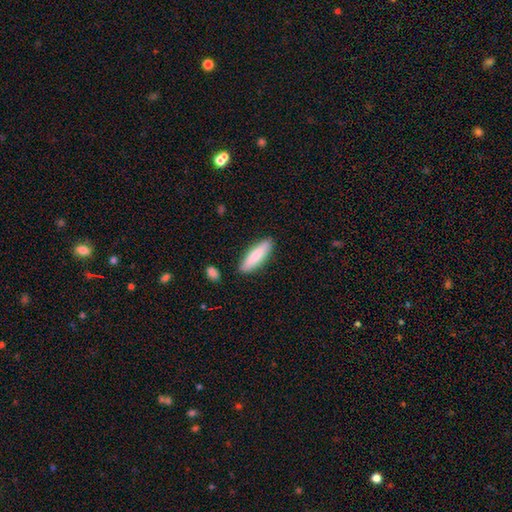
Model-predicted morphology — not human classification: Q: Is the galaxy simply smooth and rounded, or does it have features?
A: smooth — 81%.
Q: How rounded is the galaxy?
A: cigar-shaped — 64%.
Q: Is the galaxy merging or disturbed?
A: none — 86%.